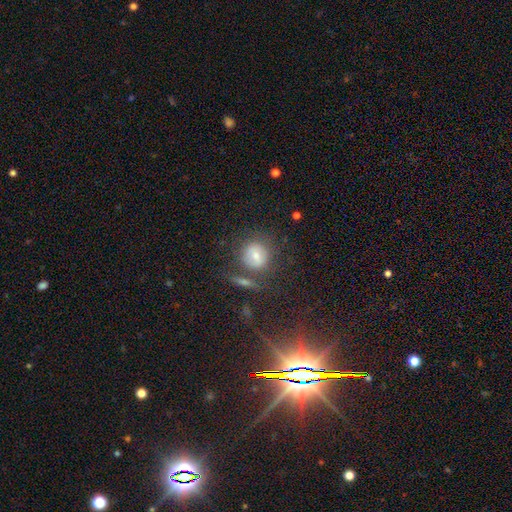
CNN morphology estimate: Smooth or featured?
  - smooth: 59% *
  - star or artifact: 21%
  - featured or disk: 20%
How rounded?
  - round: 80% *
  - in between: 18%
  - cigar-shaped: 2%
Merging?
  - none: 69% *
  - minor disturbance: 14%
  - merger: 10%
  - major disturbance: 7%